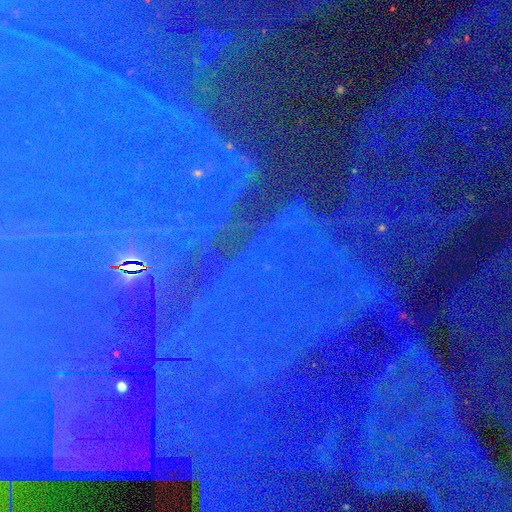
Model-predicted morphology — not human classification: Q: Smooth or featured?
A: star or artifact (87%); runner-up: featured or disk (7%)